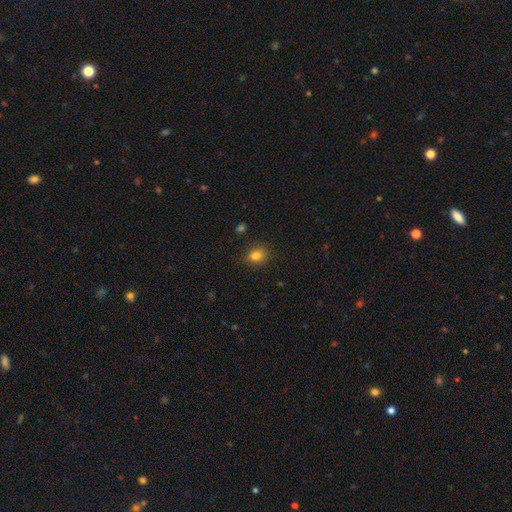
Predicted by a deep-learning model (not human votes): smooth_or_featured: smooth (p=0.82) [alt: star or artifact p=0.13]
how_rounded: round (p=0.53) [alt: in between p=0.46]
merging: none (p=0.80) [alt: minor disturbance p=0.14]